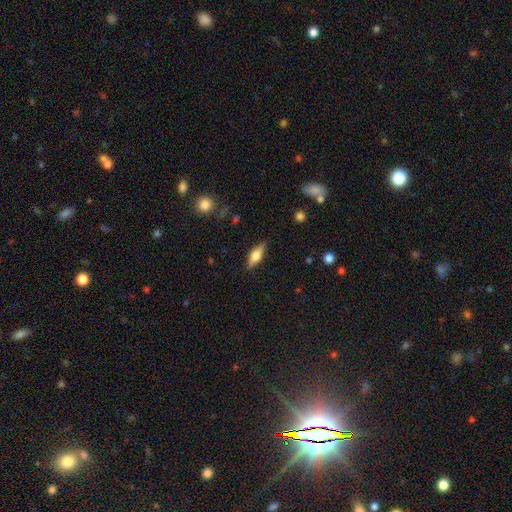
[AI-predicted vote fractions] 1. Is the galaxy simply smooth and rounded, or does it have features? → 53% smooth, 40% featured or disk, 7% star or artifact.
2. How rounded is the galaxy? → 65% in between, 31% cigar-shaped, 4% round.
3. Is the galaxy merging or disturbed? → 85% none, 11% minor disturbance, 3% major disturbance, 1% merger.